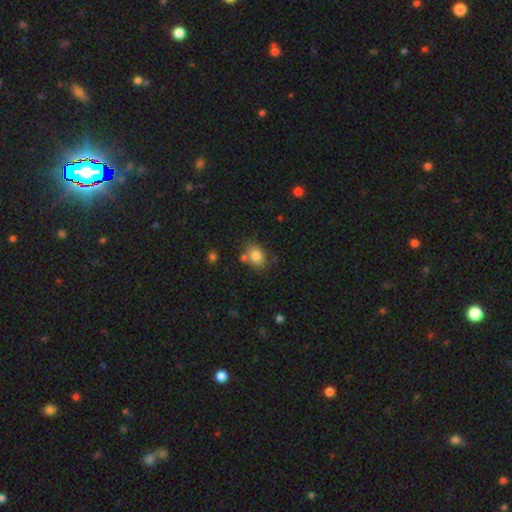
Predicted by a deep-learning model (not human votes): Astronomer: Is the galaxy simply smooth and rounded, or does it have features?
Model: smooth — 81%.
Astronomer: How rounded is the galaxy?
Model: in between — 65%.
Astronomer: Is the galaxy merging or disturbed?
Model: none — 64%.